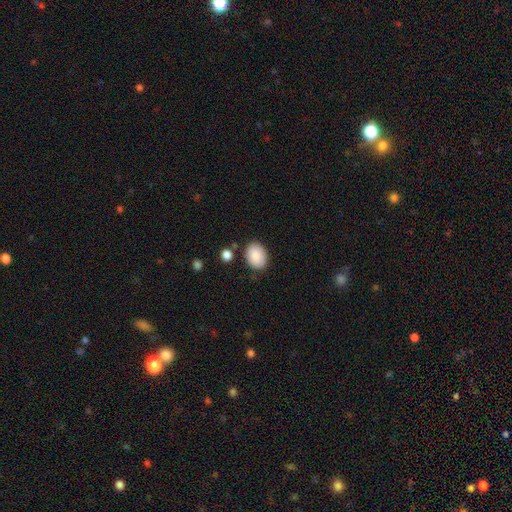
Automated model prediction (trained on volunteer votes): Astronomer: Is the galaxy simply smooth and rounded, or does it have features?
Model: smooth — 88%.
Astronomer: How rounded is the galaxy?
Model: in between — 74%.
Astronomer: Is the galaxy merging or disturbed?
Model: none — 83%.